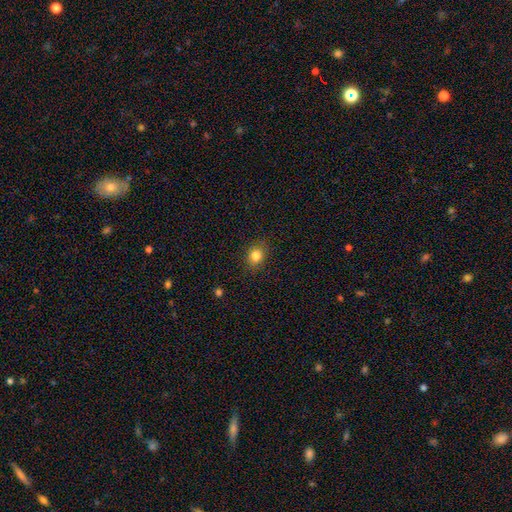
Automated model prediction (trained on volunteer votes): Smooth or featured? smooth (82%)
How rounded? round (61%)
Merging? none (86%)